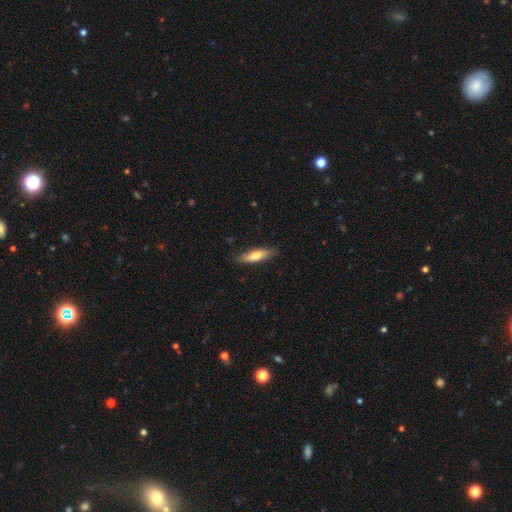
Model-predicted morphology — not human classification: This appears to be a smooth galaxy with no disk features (67%) that is cigar-shaped (66%). Merging: none (85%).